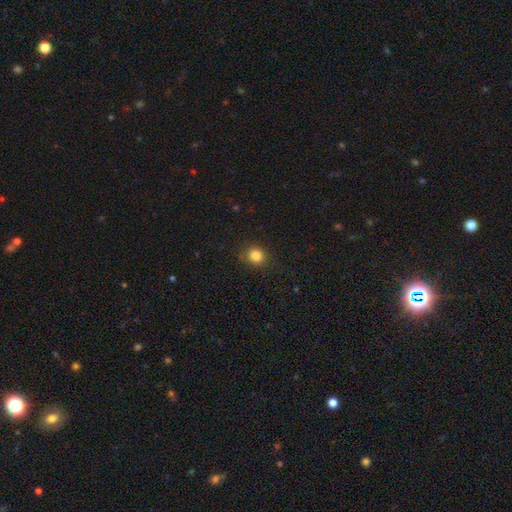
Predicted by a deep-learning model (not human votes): smooth_or_featured: smooth (p=0.84) [alt: star or artifact p=0.12]
how_rounded: round (p=0.85) [alt: in between p=0.14]
merging: none (p=0.87) [alt: minor disturbance p=0.09]